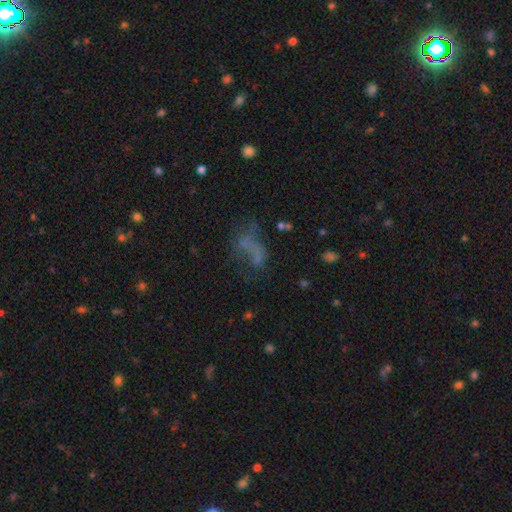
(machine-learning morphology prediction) smooth_or_featured: smooth (p=0.39) [alt: featured or disk p=0.33]
merging: none (p=0.36) [alt: major disturbance p=0.32]